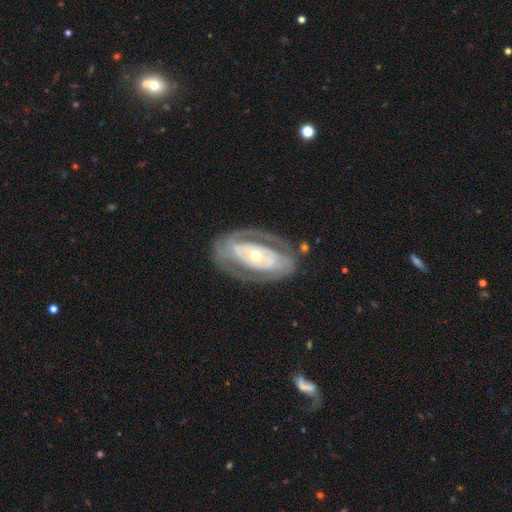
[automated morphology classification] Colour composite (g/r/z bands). It shows a featured or disk galaxy (81%) with no bar (66%), spiral arms (65%) and a moderate central bulge (48%). Merging: none (72%).